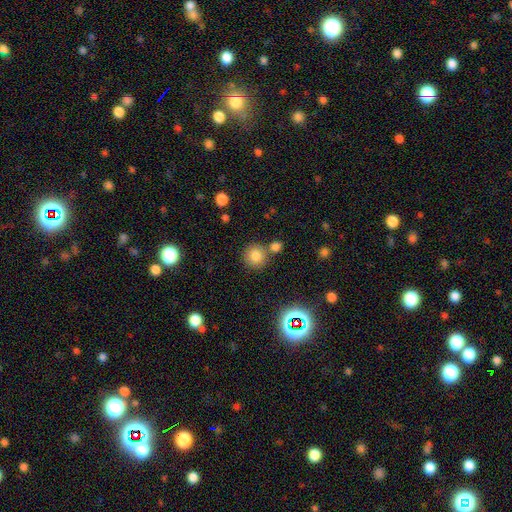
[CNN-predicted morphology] smooth-or-featured: smooth: 79% | star or artifact: 14% | featured or disk: 8%
  how-rounded: round: 90% | in between: 9% | cigar-shaped: 1%
  merging: none: 70% | merger: 18% | minor disturbance: 9% | major disturbance: 3%